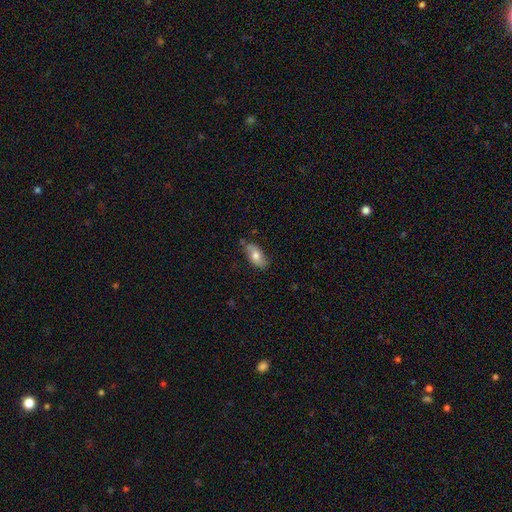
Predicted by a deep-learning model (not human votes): smooth-or-featured: smooth: 67% | featured or disk: 26% | star or artifact: 7%
  how-rounded: in between: 88% | cigar-shaped: 8% | round: 4%
  merging: none: 69% | minor disturbance: 24% | major disturbance: 4% | merger: 3%